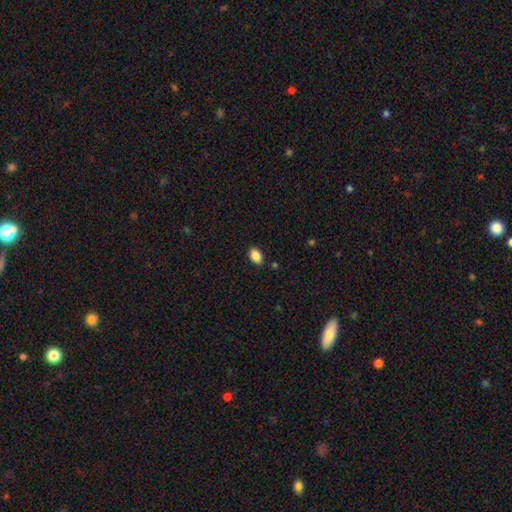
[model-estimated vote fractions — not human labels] This is clearly a smooth galaxy (87%). How rounded: clearly in between (84%). Merging: clearly none (88%).